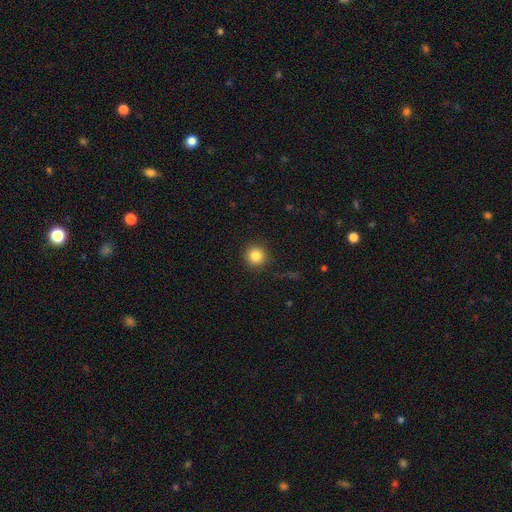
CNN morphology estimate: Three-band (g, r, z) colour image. It shows a smooth galaxy with no disk features (85%) that is round (94%). Merging: none (90%).